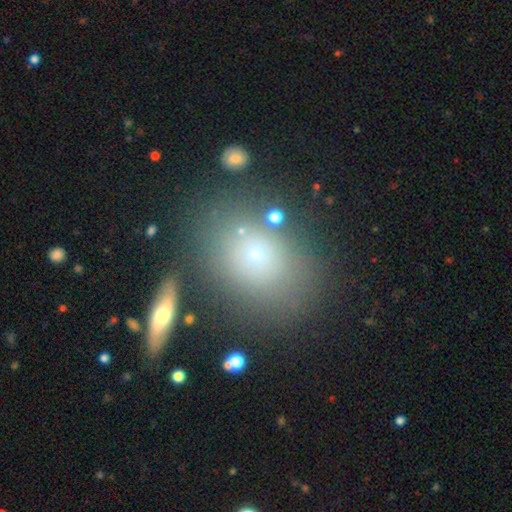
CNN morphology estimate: This is likely a smooth galaxy (62%). How rounded: possibly in between (52%). Merging: likely none (76%).